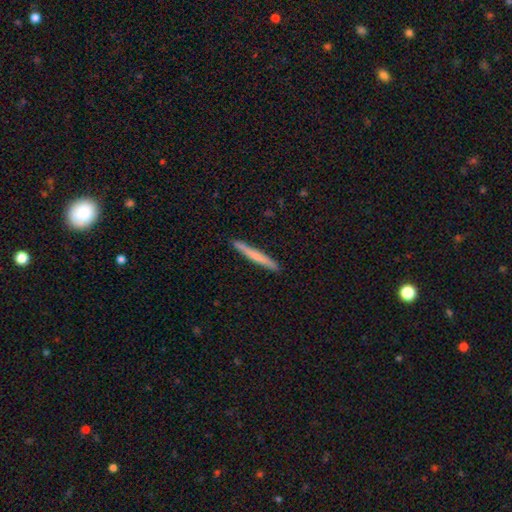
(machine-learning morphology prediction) type=smooth (58%); roundness=cigar-shaped (96%); merging=none (90%).